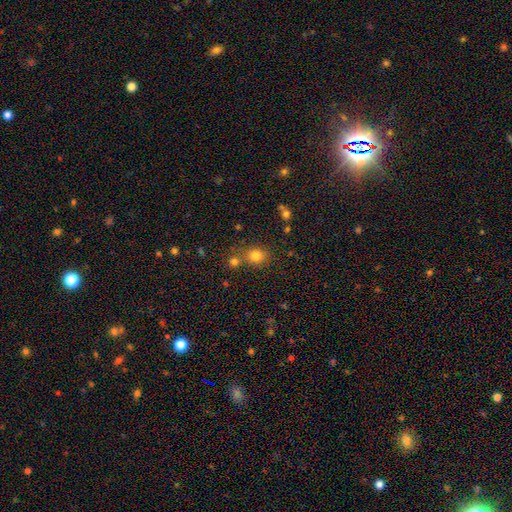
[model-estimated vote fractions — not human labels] The model was most divided on "merging": none: 66%, merger: 21%, minor disturbance: 10%, major disturbance: 4%. More confident: smooth or featured — smooth (79%); how rounded — round (77%).